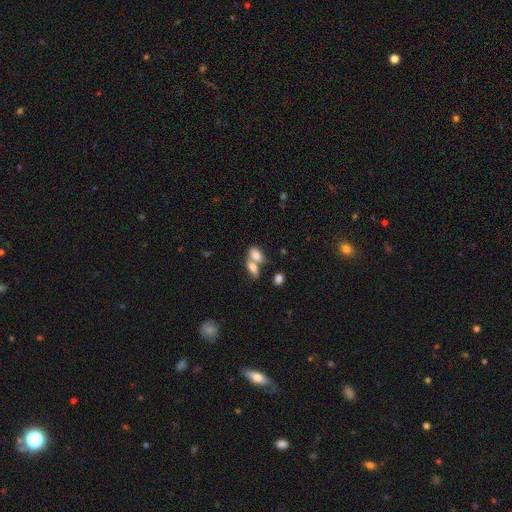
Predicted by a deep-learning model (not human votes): Smooth or featured? smooth (80%)
How rounded? in between (88%)
Merging? merger (59%)